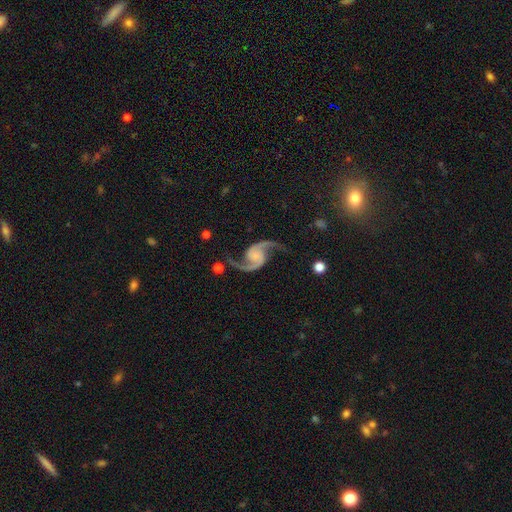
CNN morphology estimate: smooth-or-featured: featured or disk: 93% | star or artifact: 4% | smooth: 3%
  disk-edge-on: no: 98% | yes: 2%
    bar: no: 67% | weak: 25% | strong: 8%
    has-spiral-arms: yes: 98% | no: 2%
      spiral-winding: loose: 62% | medium: 32% | tight: 6%
      spiral-arm-count: 2: 95% | 1: 1% | can't tell: 1% | 3: 1% | 4: 1% | more than 4: 1%
    bulge-size: small: 50% | none: 28% | moderate: 16% | large: 4% | dominant: 2%
  merging: none: 78% | minor disturbance: 13% | major disturbance: 6% | merger: 3%